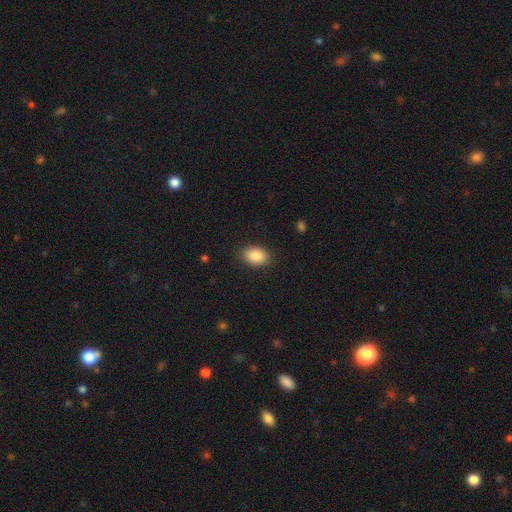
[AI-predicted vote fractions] Smooth or featured: smooth — 88% (star or artifact — 7%)
How rounded: in between — 84% (round — 14%)
Merging: none — 87% (minor disturbance — 10%)